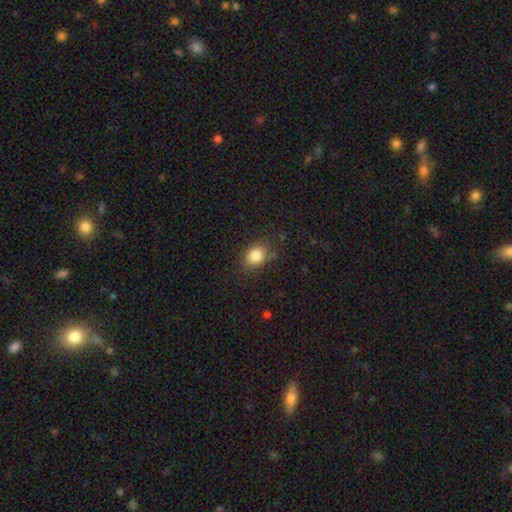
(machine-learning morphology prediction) A smooth galaxy with no disk features (83%) that is in between round and cigar-shaped (66%).

Vote fractions:
- Smooth or featured? smooth: 83% / star or artifact: 10% / featured or disk: 7%
- How rounded? in between: 66% / round: 33% / cigar-shaped: 1%
- Merging? none: 75% / minor disturbance: 18% / major disturbance: 5% / merger: 2%